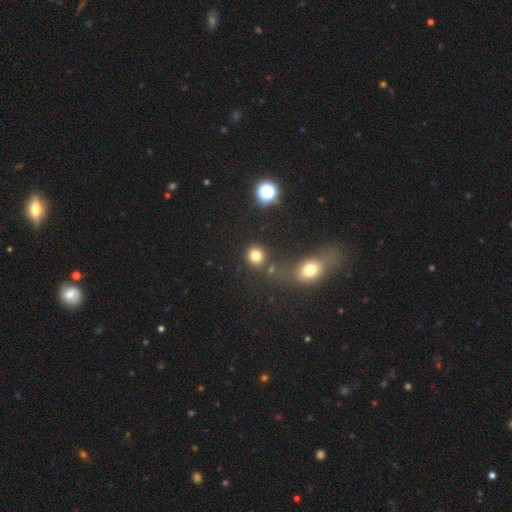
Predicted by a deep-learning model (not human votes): Smooth or featured?
  - smooth: 79% *
  - star or artifact: 15%
  - featured or disk: 6%
How rounded?
  - round: 85% *
  - in between: 14%
  - cigar-shaped: 1%
Merging?
  - none: 77% *
  - merger: 10%
  - minor disturbance: 8%
  - major disturbance: 4%